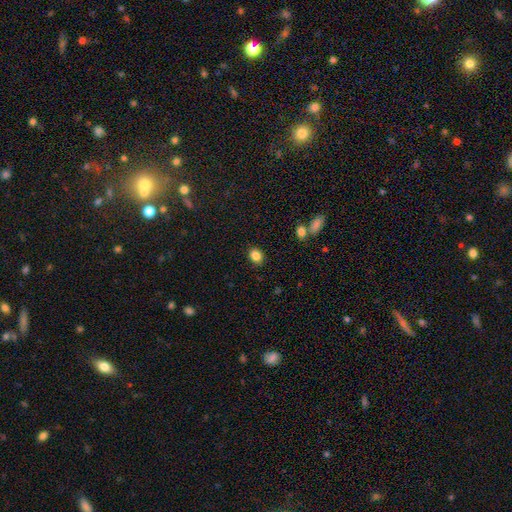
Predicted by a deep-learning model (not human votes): Smooth or featured? Predicted: smooth (p=0.86). How rounded? Predicted: in between (p=0.56). Merging? Predicted: none (p=0.87).